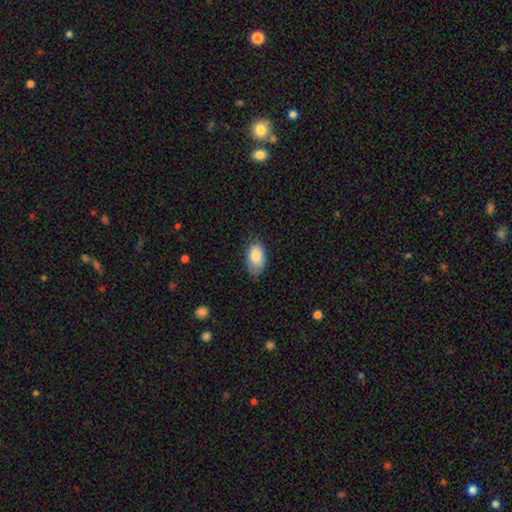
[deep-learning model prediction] smooth-or-featured: smooth: 84% | featured or disk: 9% | star or artifact: 7%
  how-rounded: in between: 93% | round: 5% | cigar-shaped: 1%
  merging: none: 65% | minor disturbance: 27% | major disturbance: 6% | merger: 1%